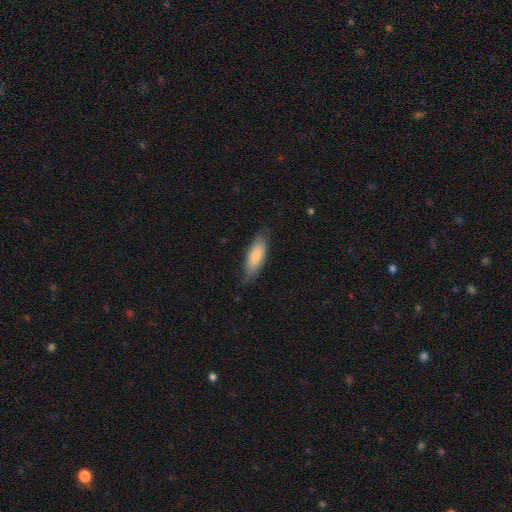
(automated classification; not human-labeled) Morphology: type=smooth (82%); roundness=in between (69%); merging=none (73%).